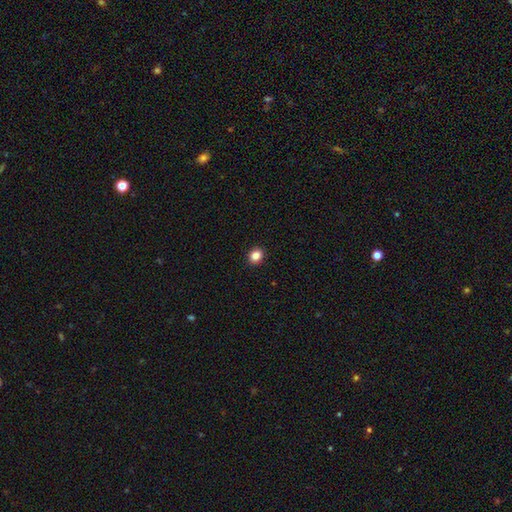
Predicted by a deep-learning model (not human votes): A smooth galaxy with no disk features (85%) that is round (69%). Merging: none (92%).